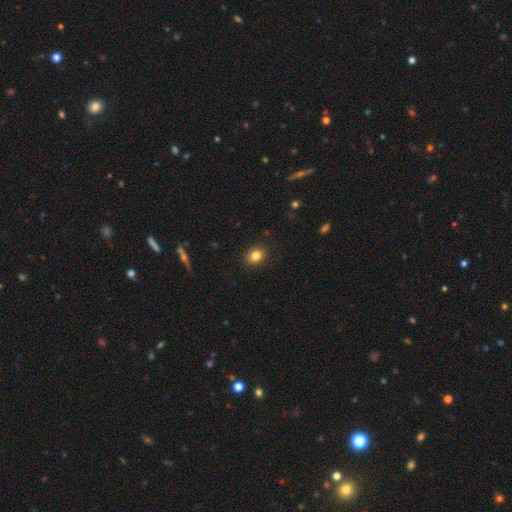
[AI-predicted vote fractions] Overall: smooth (83%). How rounded: in between (50%; round 49%). Merging: none (90%).